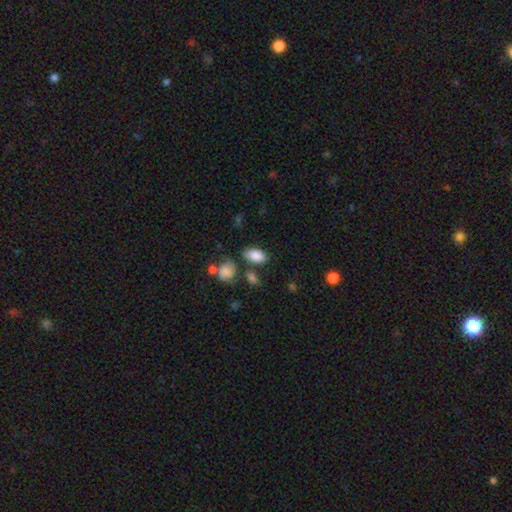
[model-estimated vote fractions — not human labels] Smooth or featured? smooth (86%)
How rounded? in between (92%)
Merging? none (68%)